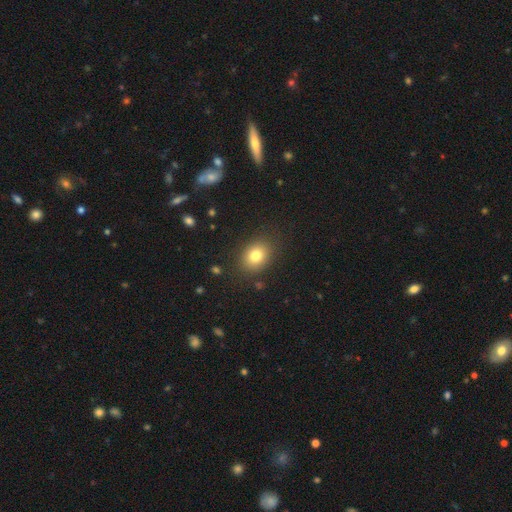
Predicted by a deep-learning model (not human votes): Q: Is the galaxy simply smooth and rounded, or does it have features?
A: smooth — 80%.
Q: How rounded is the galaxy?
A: in between — 57%.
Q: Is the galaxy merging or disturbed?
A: none — 85%.